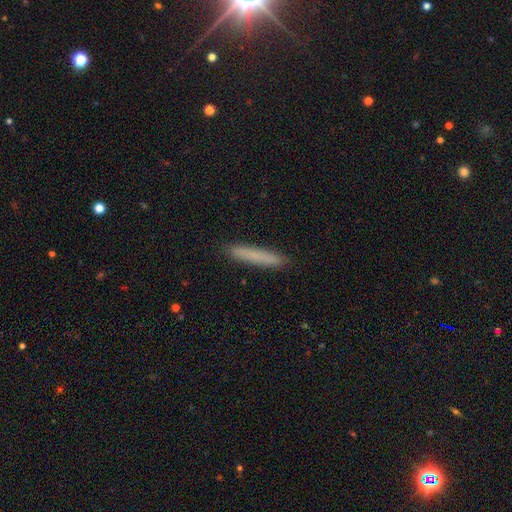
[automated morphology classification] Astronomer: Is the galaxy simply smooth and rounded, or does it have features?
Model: smooth — 79%.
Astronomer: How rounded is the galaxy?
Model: cigar-shaped — 95%.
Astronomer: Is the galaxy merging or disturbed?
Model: none — 91%.